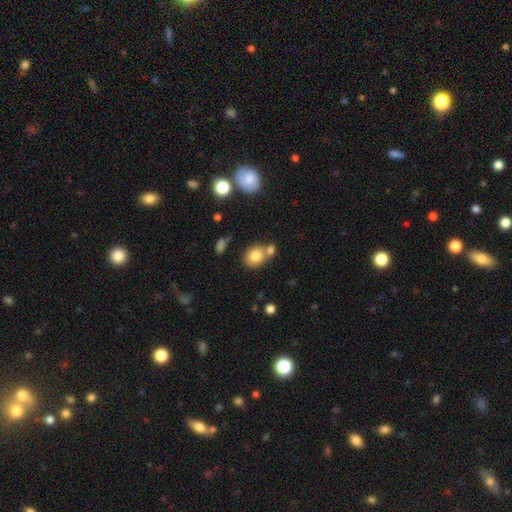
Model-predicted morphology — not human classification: This is clearly a smooth galaxy (80%). How rounded: likely round (64%). Merging: possibly none (53%).